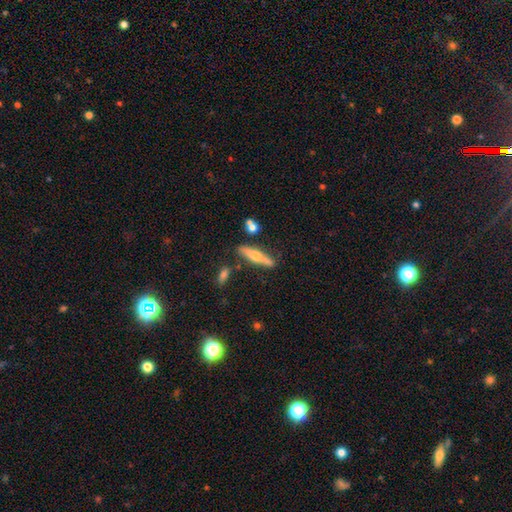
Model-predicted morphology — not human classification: A featured or disk galaxy (56%) viewed edge-on (92%) with a rounded central bulge (92%).

Vote fractions:
- Smooth or featured? featured or disk: 56% / smooth: 38% / star or artifact: 6%
- Edge-on disk? yes: 92% / no: 8%
- Edge-on bulge? rounded: 92% / none: 5% / boxy: 3%
- Merging? none: 78% / minor disturbance: 12% / merger: 7% / major disturbance: 3%